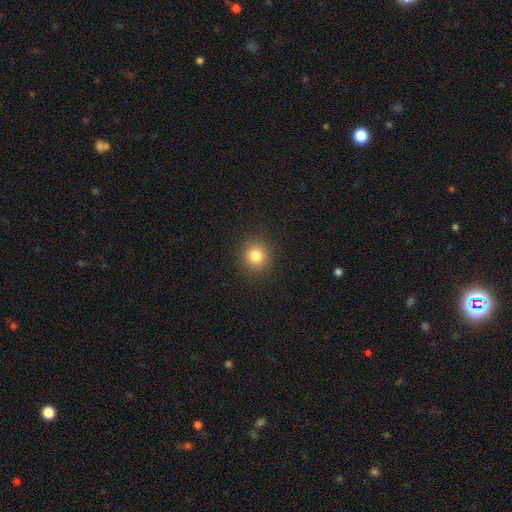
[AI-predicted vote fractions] Q: Smooth or featured?
A: smooth (81%); runner-up: star or artifact (12%)
Q: How rounded?
A: round (88%); runner-up: in between (11%)
Q: Merging?
A: none (91%); runner-up: minor disturbance (6%)